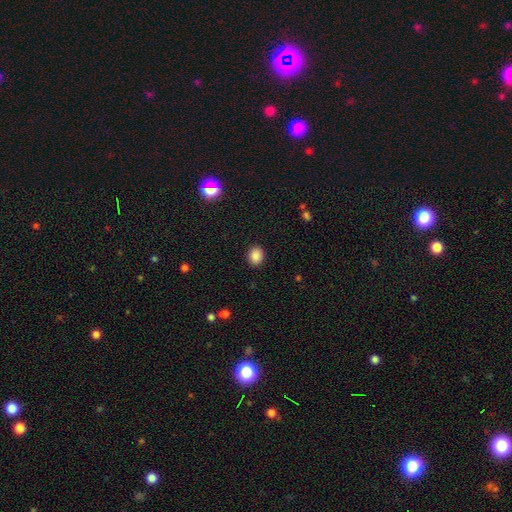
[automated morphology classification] Overall: smooth (87%). How rounded: round (57%; in between 42%). Merging: none (90%).